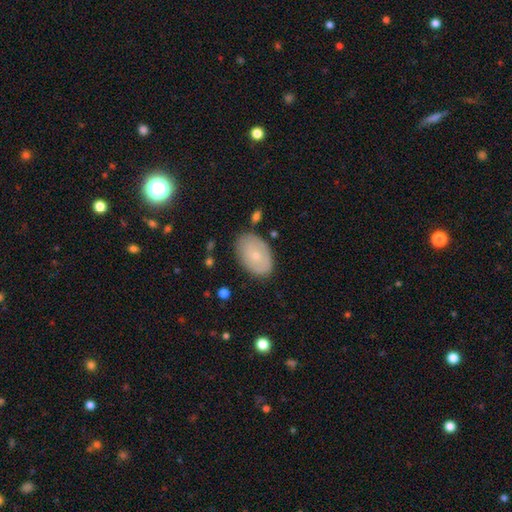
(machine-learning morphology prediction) Overall: smooth (64%; featured or disk 29%). How rounded: in between (90%). Merging: none (80%).